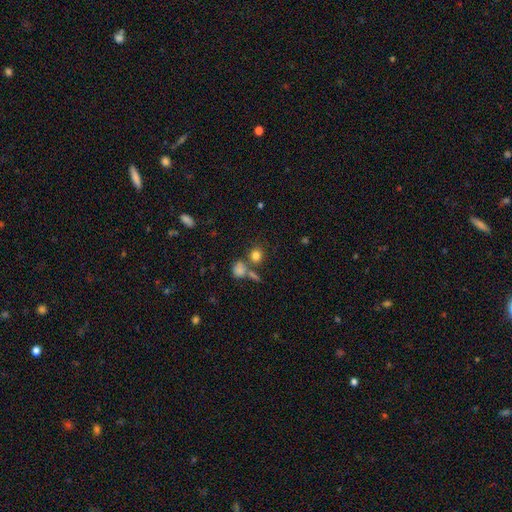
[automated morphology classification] type=smooth (79%); roundness=round (81%); merging=none (60%).